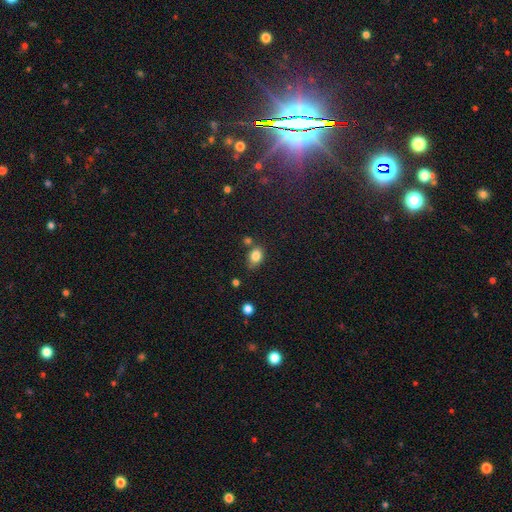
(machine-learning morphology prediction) Smooth or featured? smooth (83%)
How rounded? in between (69%)
Merging? none (63%)